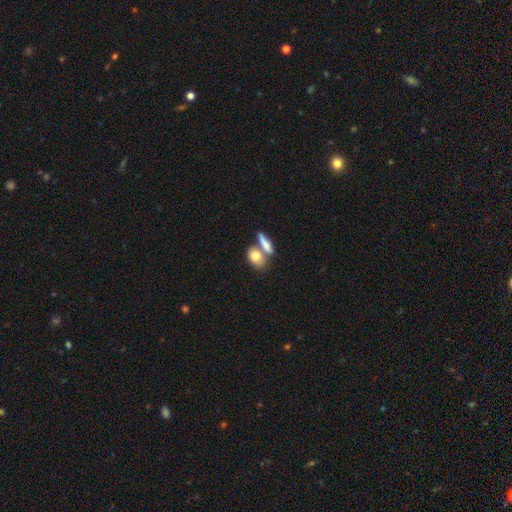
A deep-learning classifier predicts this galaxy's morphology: A smooth galaxy with no disk features (76%) that is in between round and cigar-shaped (74%). Merging: merger (46%).